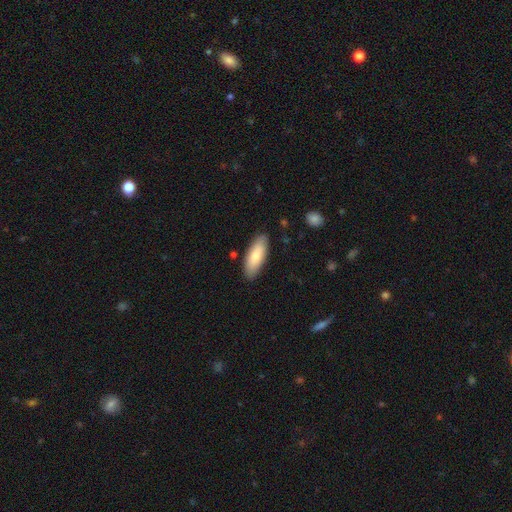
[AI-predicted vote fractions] Overall: smooth (80%). How rounded: in between (71%). Merging: none (86%).